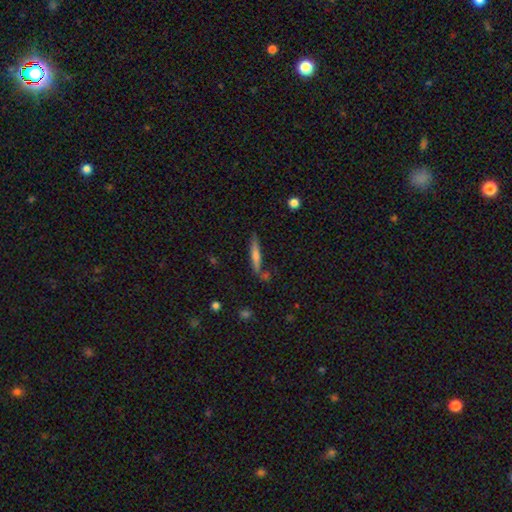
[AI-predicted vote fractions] Smooth or featured? Predicted: smooth (p=0.52). How rounded? Predicted: cigar-shaped (p=0.90). Merging? Predicted: none (p=0.73).